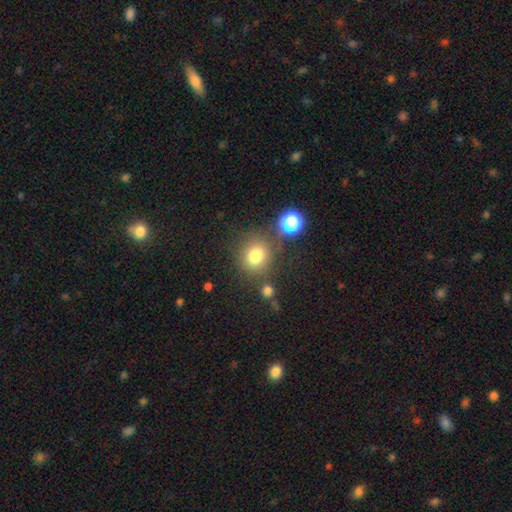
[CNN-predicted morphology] smooth-or-featured: smooth: 78% | star or artifact: 14% | featured or disk: 8%
  how-rounded: round: 87% | in between: 12% | cigar-shaped: 1%
  merging: none: 75% | minor disturbance: 11% | merger: 9% | major disturbance: 5%